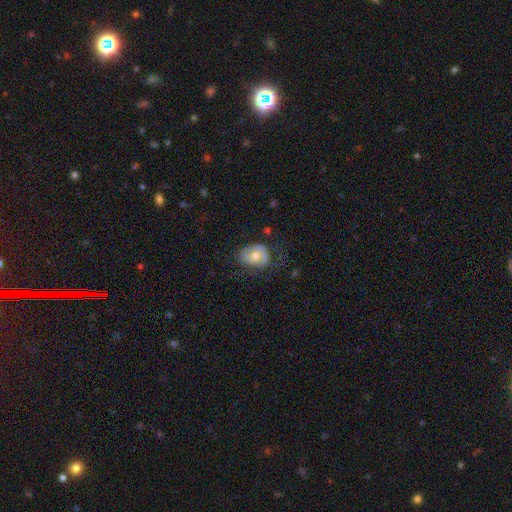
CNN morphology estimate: A smooth galaxy with no disk features (49%). Merging: none (55%).